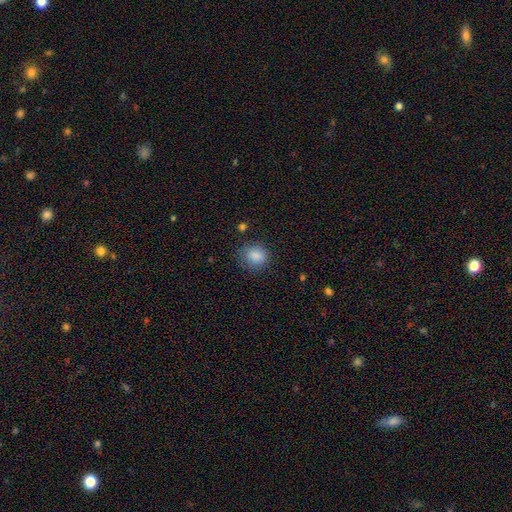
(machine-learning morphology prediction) Overall: smooth (86%). How rounded: round (77%). Merging: none (80%).